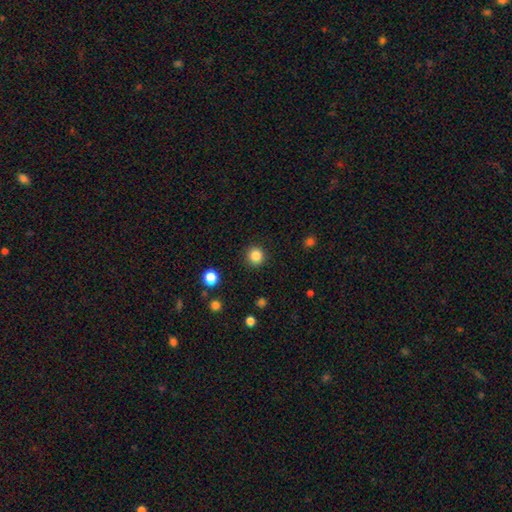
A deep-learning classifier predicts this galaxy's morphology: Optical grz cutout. It shows a smooth galaxy with no disk features (85%) that is round (95%). Merging: none (92%).